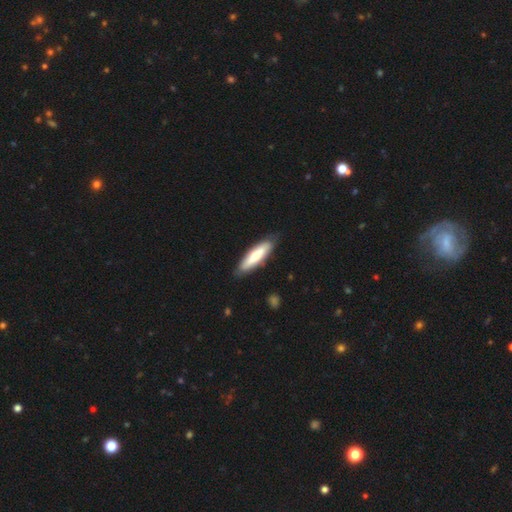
This appears to be a smooth galaxy with no disk features (65%) that is cigar-shaped (62%). Merging: none (81%).